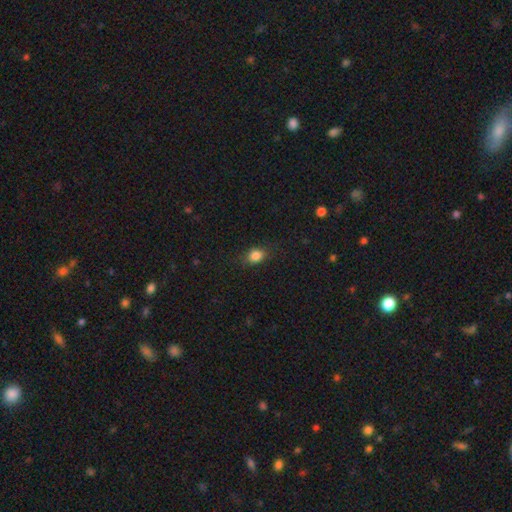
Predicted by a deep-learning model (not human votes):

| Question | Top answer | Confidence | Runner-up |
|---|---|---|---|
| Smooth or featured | smooth | 83% | star or artifact (11%) |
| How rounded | in between | 51% | round (47%) |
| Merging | none | 79% | minor disturbance (15%) |